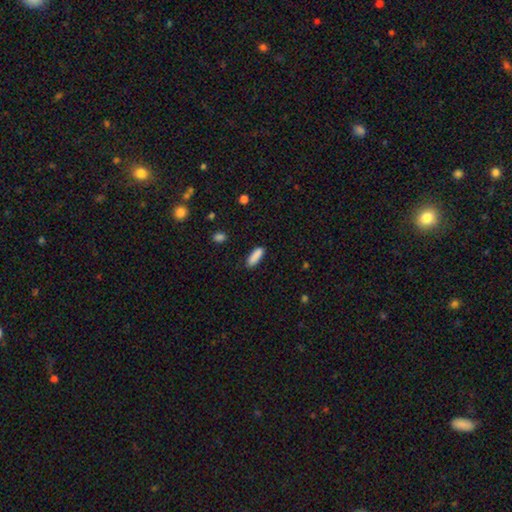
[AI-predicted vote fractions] Smooth or featured? smooth (88%)
How rounded? in between (57%)
Merging? none (84%)